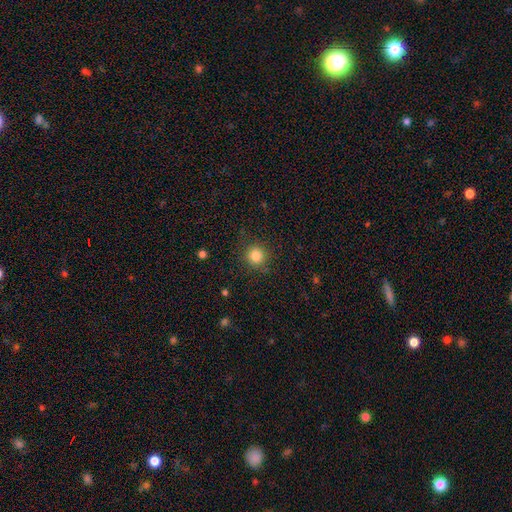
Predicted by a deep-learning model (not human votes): Smooth or featured: smooth — 83% (star or artifact — 12%)
How rounded: round — 93% (in between — 6%)
Merging: none — 88% (minor disturbance — 8%)